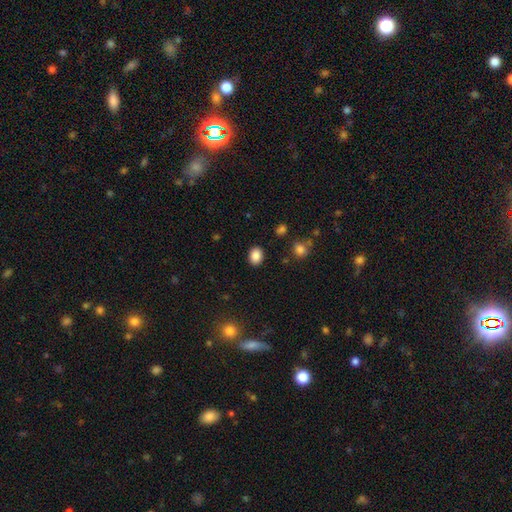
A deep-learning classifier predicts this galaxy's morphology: A smooth galaxy with no disk features (86%) that is in between round and cigar-shaped (63%).

Vote fractions:
- Smooth or featured? smooth: 86% / star or artifact: 9% / featured or disk: 4%
- How rounded? in between: 63% / round: 36% / cigar-shaped: 1%
- Merging? none: 88% / minor disturbance: 8% / major disturbance: 2% / merger: 2%